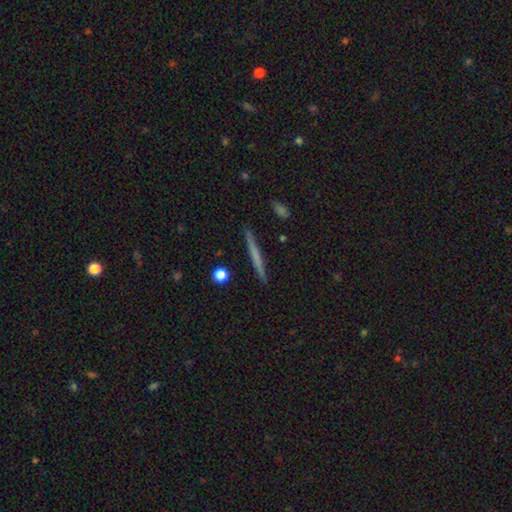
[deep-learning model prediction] smooth-or-featured: smooth: 53% | featured or disk: 41% | star or artifact: 6%
  how-rounded: cigar-shaped: 96% | in between: 2% | round: 2%
  merging: none: 92% | minor disturbance: 6% | merger: 1% | major disturbance: 1%